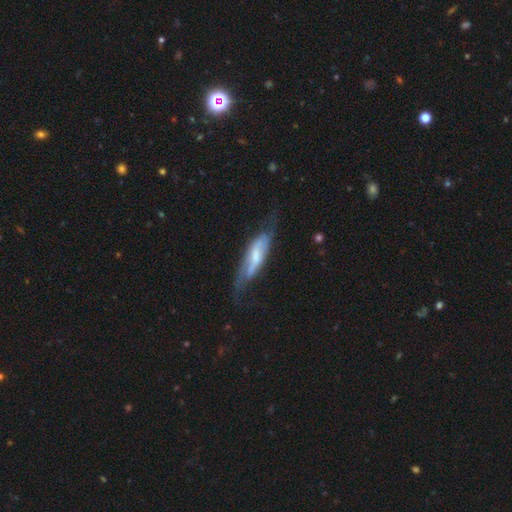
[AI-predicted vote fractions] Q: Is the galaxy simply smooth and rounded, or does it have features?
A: featured or disk — 63%.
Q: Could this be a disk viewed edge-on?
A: no — 65%.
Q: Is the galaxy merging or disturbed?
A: none — 50%.